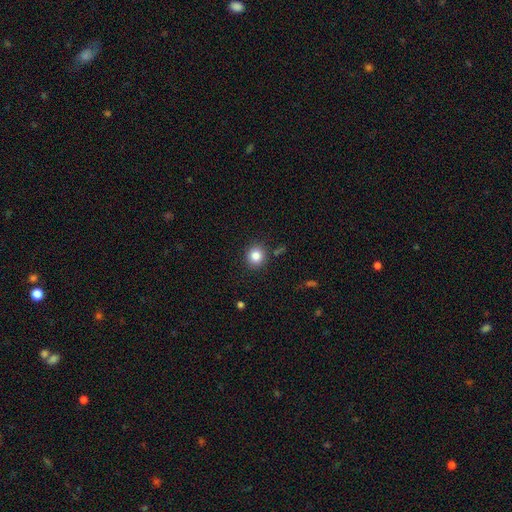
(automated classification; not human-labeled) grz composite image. It shows a smooth galaxy with no disk features (83%) that is round (88%). Merging: none (87%).